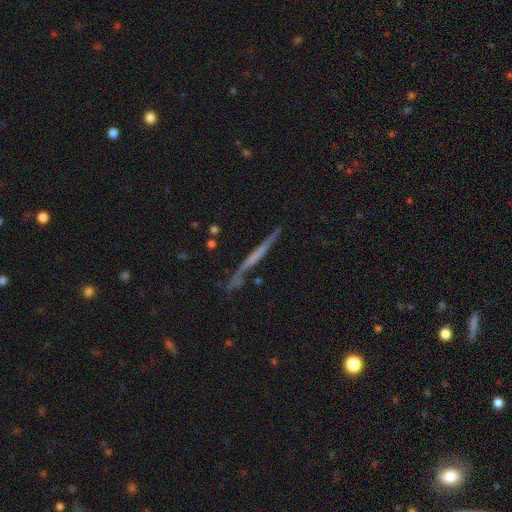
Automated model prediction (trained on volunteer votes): Morphology: type=featured or disk (64%); edge-on=yes (94%); edge-on bulge=none (80%); merging=none (78%).